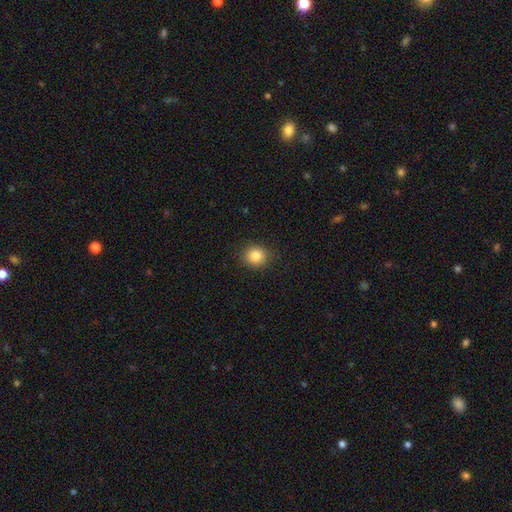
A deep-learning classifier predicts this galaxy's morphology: A smooth galaxy with no disk features (85%) that is round (84%). Merging: none (89%).